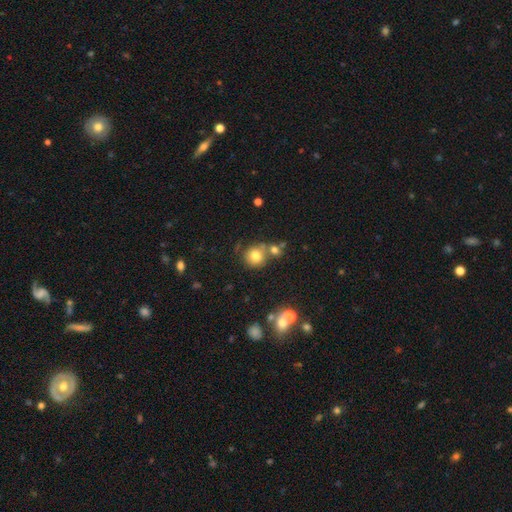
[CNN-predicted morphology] smooth-or-featured: smooth: 76% | star or artifact: 13% | featured or disk: 11%
  how-rounded: round: 87% | in between: 12% | cigar-shaped: 1%
  merging: none: 60% | merger: 25% | minor disturbance: 11% | major disturbance: 4%